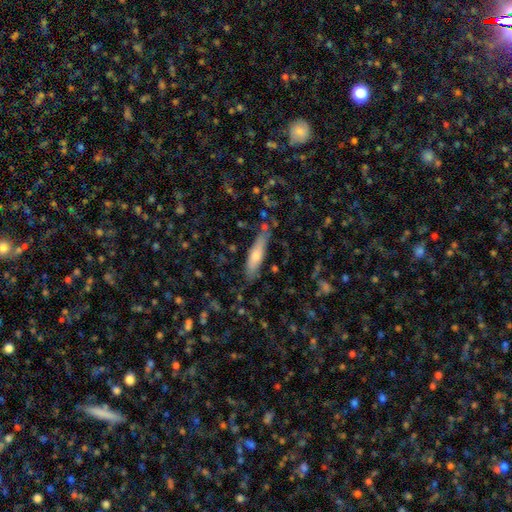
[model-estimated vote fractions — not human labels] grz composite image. It shows a smooth galaxy with no disk features (59%) that is cigar-shaped (71%). Merging: none (77%).